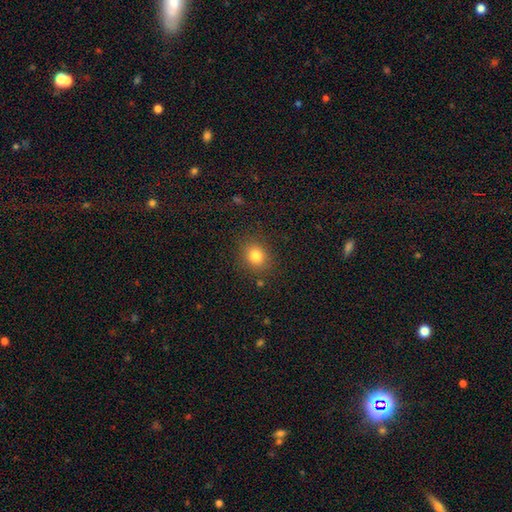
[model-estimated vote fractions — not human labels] Morphology: type=smooth (81%); roundness=round (73%); merging=none (85%).